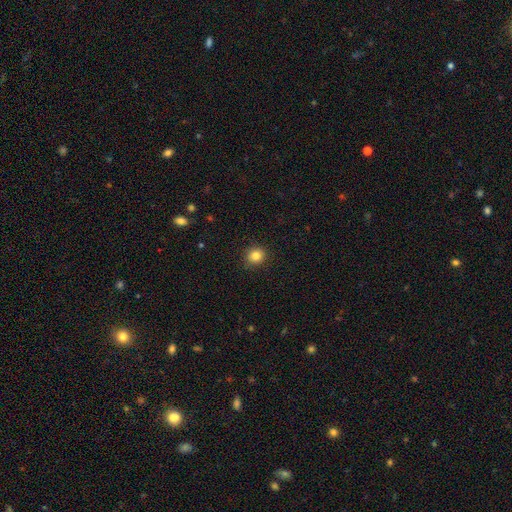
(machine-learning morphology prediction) Smooth or featured: smooth — 84% (star or artifact — 11%)
How rounded: round — 85% (in between — 14%)
Merging: none — 90% (minor disturbance — 7%)